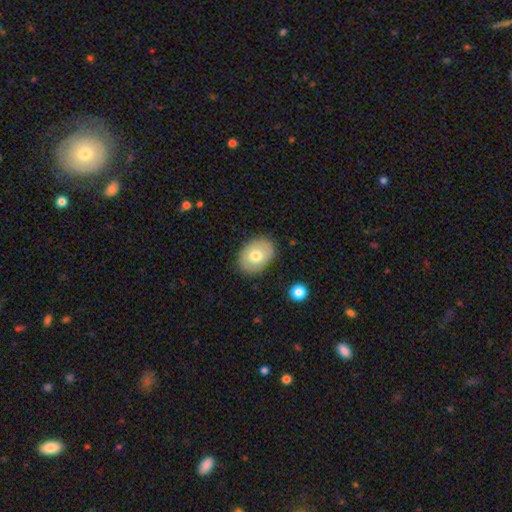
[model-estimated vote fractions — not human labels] smooth_or_featured: smooth (p=0.71) [alt: featured or disk p=0.22]
how_rounded: in between (p=0.74) [alt: round p=0.25]
merging: none (p=0.84) [alt: minor disturbance p=0.12]